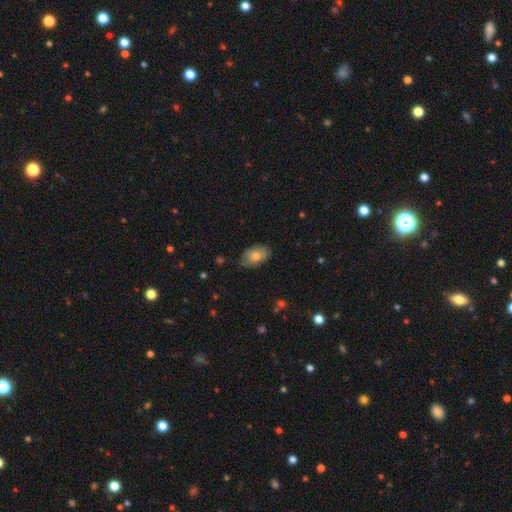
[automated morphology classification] This is likely a smooth galaxy (73%). How rounded: clearly in between (91%). Merging: likely none (72%).